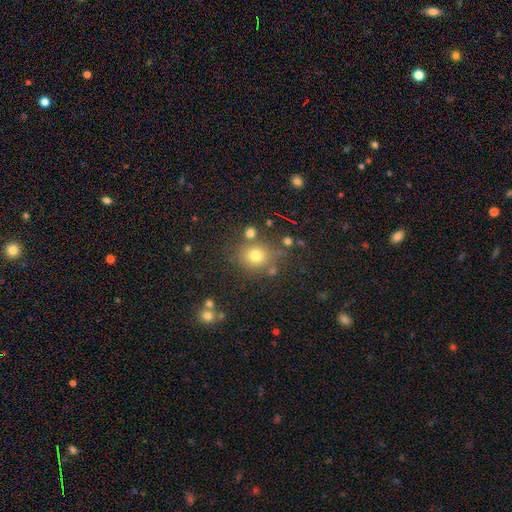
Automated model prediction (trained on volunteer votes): Overall: smooth (74%). How rounded: round (83%). Merging: none (74%).